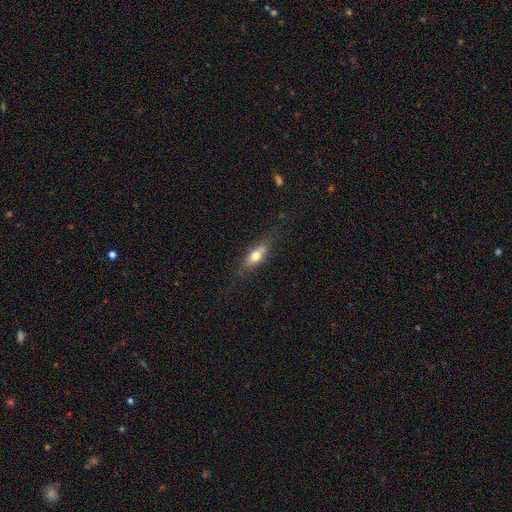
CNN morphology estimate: A smooth galaxy with no disk features (62%) that is in between round and cigar-shaped (62%).

Vote fractions:
- Smooth or featured? smooth: 62% / featured or disk: 31% / star or artifact: 8%
- How rounded? in between: 62% / cigar-shaped: 33% / round: 5%
- Merging? none: 70% / minor disturbance: 20% / major disturbance: 6% / merger: 4%